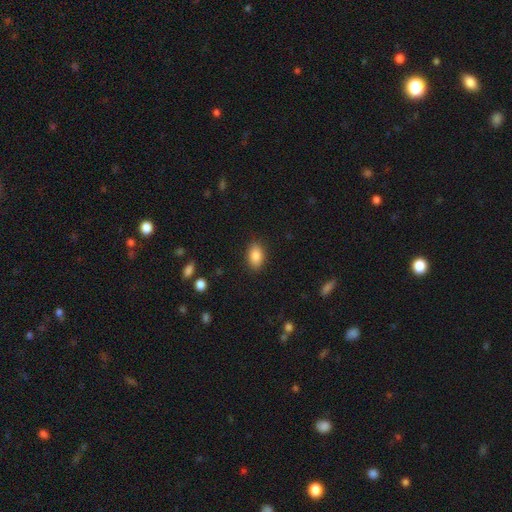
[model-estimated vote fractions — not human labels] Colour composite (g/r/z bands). It shows a smooth galaxy with no disk features (86%) that is in between round and cigar-shaped (88%). Merging: none (87%).